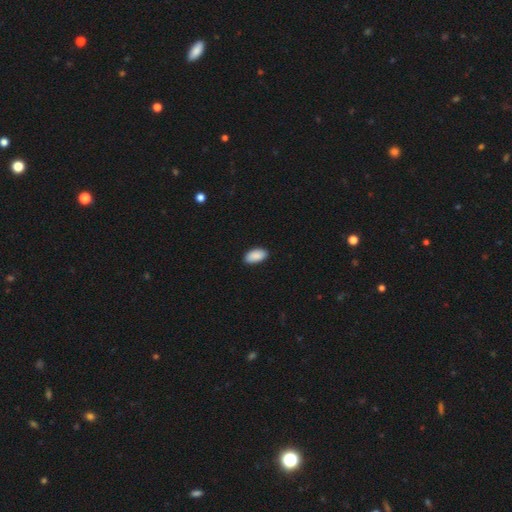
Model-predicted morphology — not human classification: Q: Smooth or featured?
A: smooth (90%); runner-up: star or artifact (6%)
Q: How rounded?
A: in between (95%); runner-up: round (3%)
Q: Merging?
A: none (86%); runner-up: minor disturbance (11%)